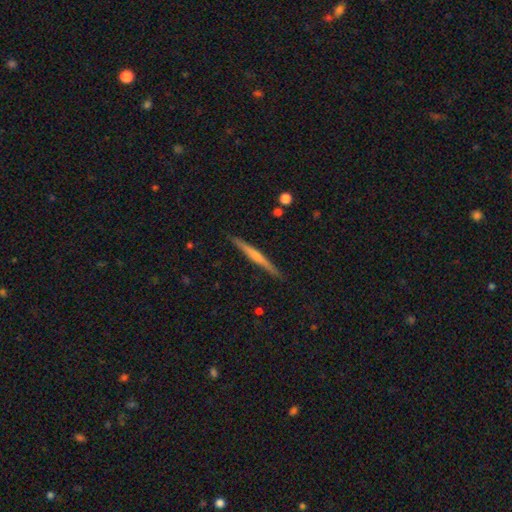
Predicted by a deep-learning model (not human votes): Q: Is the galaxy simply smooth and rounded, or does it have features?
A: featured or disk — 50%.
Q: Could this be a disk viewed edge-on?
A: yes — 97%.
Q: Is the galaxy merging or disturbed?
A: none — 90%.